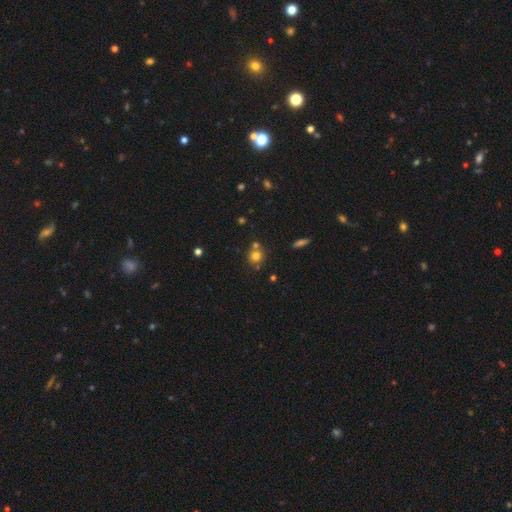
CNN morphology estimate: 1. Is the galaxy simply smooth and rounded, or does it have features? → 73% smooth, 16% star or artifact, 11% featured or disk.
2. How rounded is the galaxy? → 87% round, 12% in between, 1% cigar-shaped.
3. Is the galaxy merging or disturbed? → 62% none, 26% merger, 10% minor disturbance, 3% major disturbance.